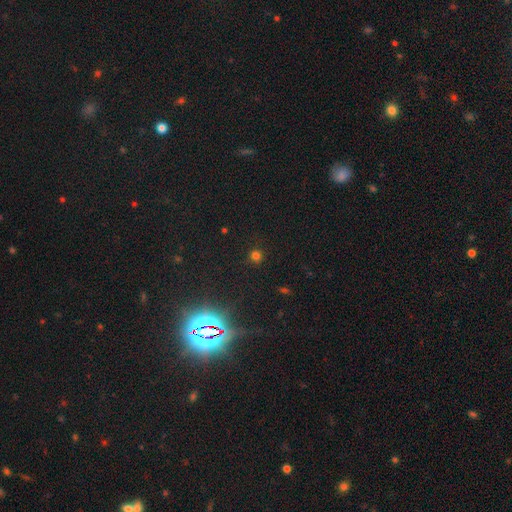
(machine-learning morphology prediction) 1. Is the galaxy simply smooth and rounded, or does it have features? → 70% smooth, 25% star or artifact, 5% featured or disk.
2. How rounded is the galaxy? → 93% round, 6% in between, 1% cigar-shaped.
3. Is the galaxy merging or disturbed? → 89% none, 7% minor disturbance, 3% major disturbance, 2% merger.